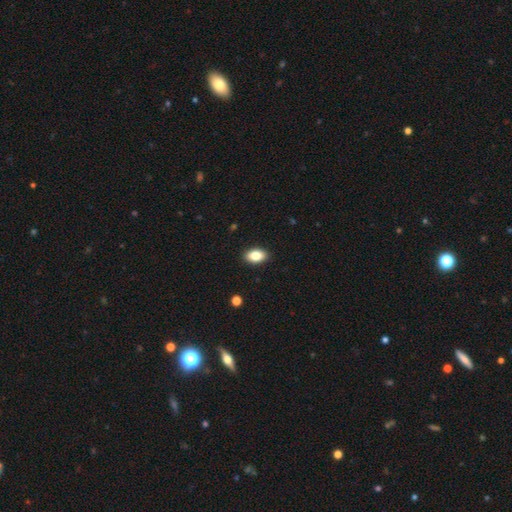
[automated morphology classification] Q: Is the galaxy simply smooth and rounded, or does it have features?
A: smooth — 84%.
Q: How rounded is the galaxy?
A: in between — 89%.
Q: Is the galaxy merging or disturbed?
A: none — 90%.